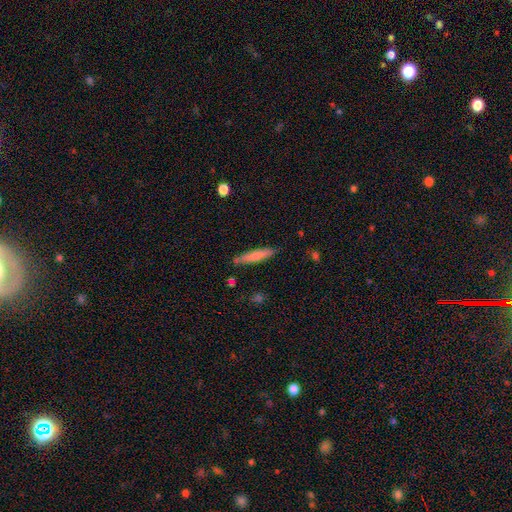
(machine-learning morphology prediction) smooth_or_featured: smooth (p=0.71) [alt: featured or disk p=0.23]
how_rounded: cigar-shaped (p=0.89) [alt: in between p=0.10]
merging: none (p=0.83) [alt: minor disturbance p=0.12]